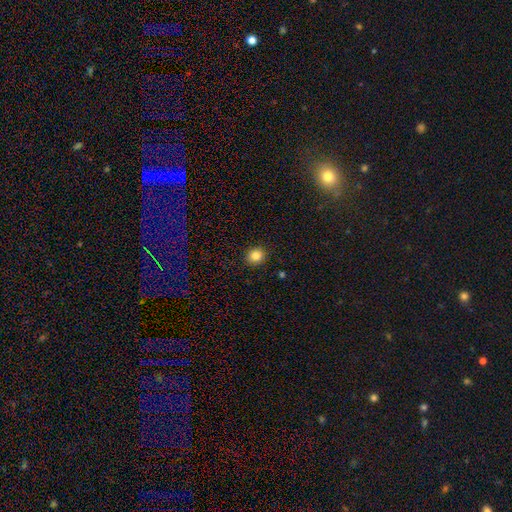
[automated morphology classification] Overall: smooth (85%). How rounded: round (80%). Merging: none (91%).